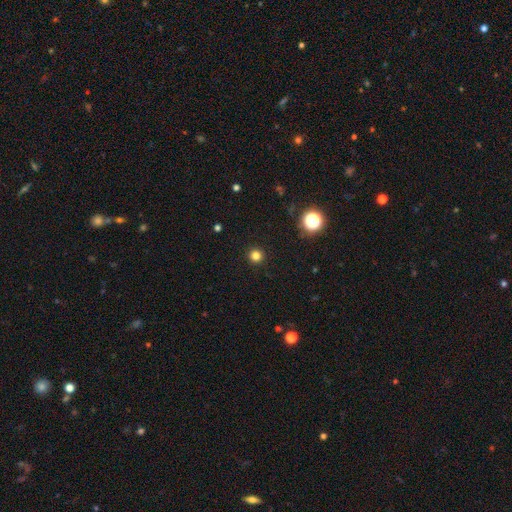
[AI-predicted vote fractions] Morphology: type=smooth (80%); roundness=round (96%); merging=none (93%).